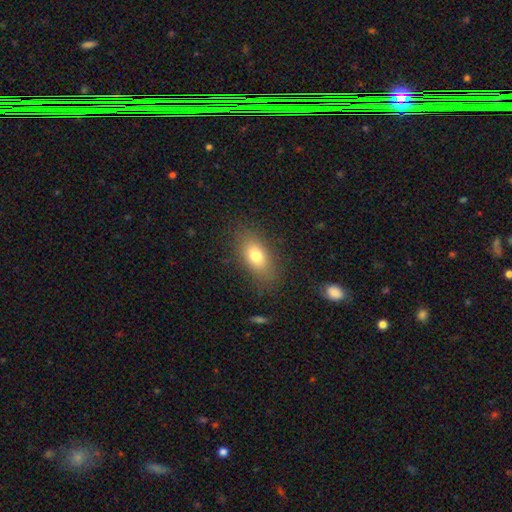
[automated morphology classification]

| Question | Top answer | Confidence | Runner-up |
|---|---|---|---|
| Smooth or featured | smooth | 76% | featured or disk (15%) |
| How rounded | in between | 84% | round (9%) |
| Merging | none | 82% | minor disturbance (12%) |